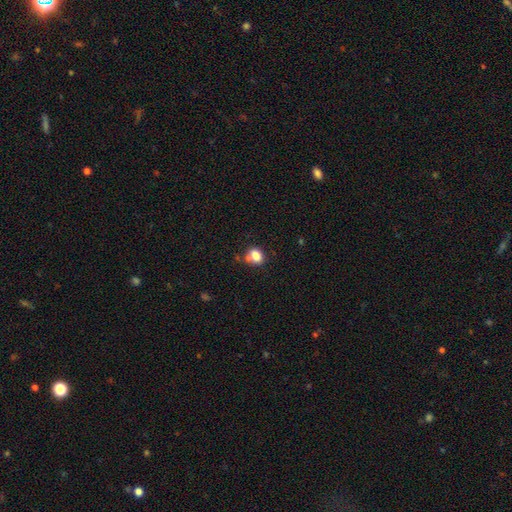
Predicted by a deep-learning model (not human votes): The model was most divided on "how rounded": in between: 56%, round: 43%, cigar-shaped: 1%. More confident: smooth or featured — smooth (79%); merging — none (52%).